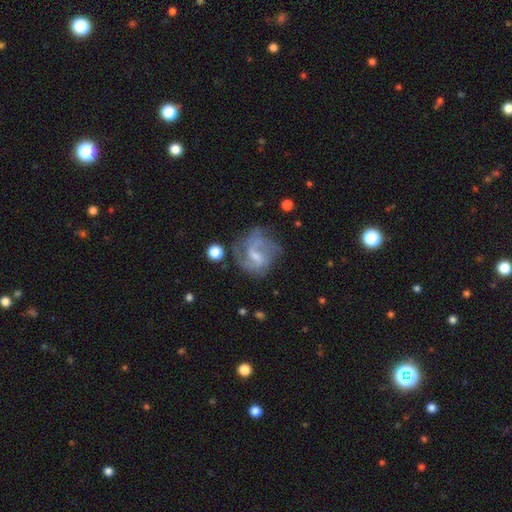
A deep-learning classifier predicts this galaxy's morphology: This appears to be a featured or disk galaxy (71%) with a weak bar (55%), 2 (43%) medium (45%) spiral arms (83%) and a small central bulge (43%). Merging: none (54%).